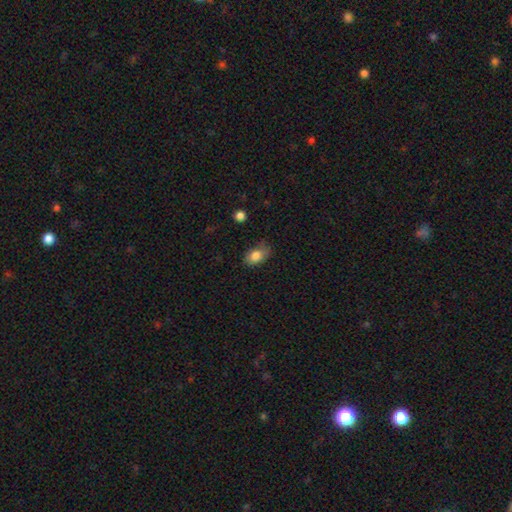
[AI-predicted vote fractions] The model was most divided on "merging": none: 64%, minor disturbance: 28%, major disturbance: 6%, merger: 2%. More confident: how rounded — in between (85%); smooth or featured — smooth (82%).